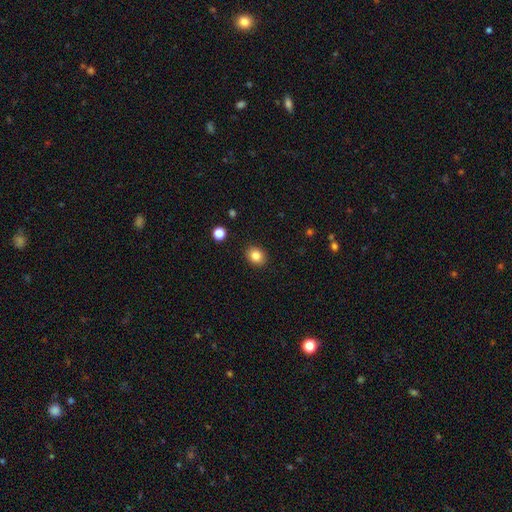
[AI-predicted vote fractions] Overall: smooth (84%). How rounded: round (58%; in between 41%). Merging: none (90%).